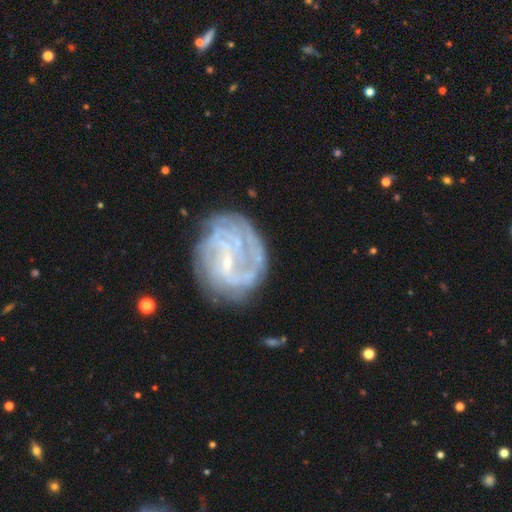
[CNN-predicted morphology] Smooth or featured?
  - featured or disk: 81% *
  - smooth: 12%
  - star or artifact: 7%
Edge-on disk?
  - no: 98% *
  - yes: 2%
Bar?
  - weak: 51% *
  - no: 26%
  - strong: 23%
Spiral arms?
  - yes: 86% *
  - no: 14%
Spiral winding?
  - tight: 51% *
  - medium: 33%
  - loose: 16%
Spiral arm count?
  - can't tell: 41% *
  - 2: 20%
  - 3: 15%
  - 4: 11%
  - 1: 7%
  - more than 4: 6%
Bulge size?
  - small: 74% *
  - none: 13%
  - moderate: 11%
  - large: 1%
  - dominant: 1%
Merging?
  - none: 61% *
  - minor disturbance: 19%
  - major disturbance: 15%
  - merger: 4%